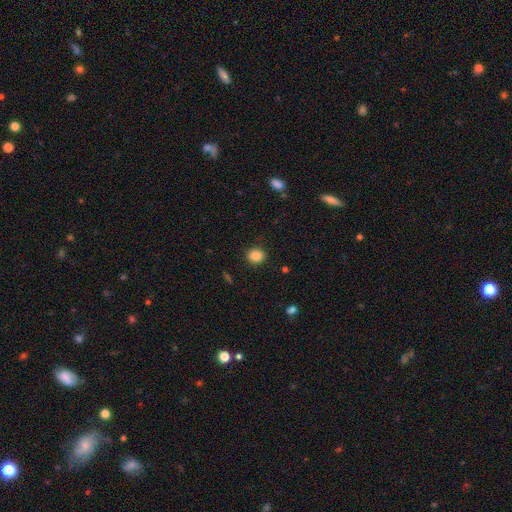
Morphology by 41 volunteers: Volunteers were most divided on "how rounded": round: 83%, in between: 17%, cigar-shaped: 0%. More confident: merging — none (97%); smooth or featured — smooth (88%).